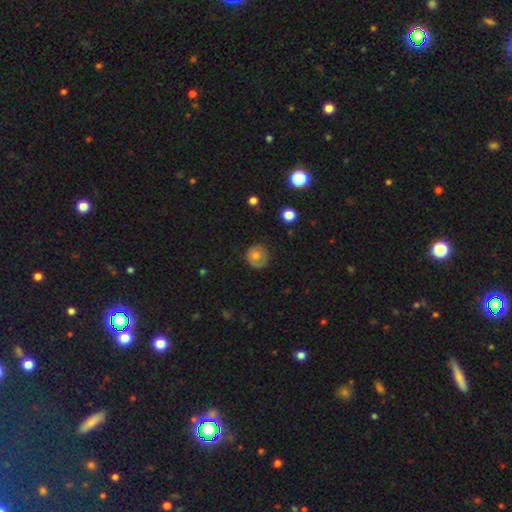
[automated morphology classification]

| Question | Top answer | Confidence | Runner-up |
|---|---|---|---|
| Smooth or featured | smooth | 71% | featured or disk (20%) |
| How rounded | round | 88% | in between (11%) |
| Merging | none | 74% | minor disturbance (19%) |